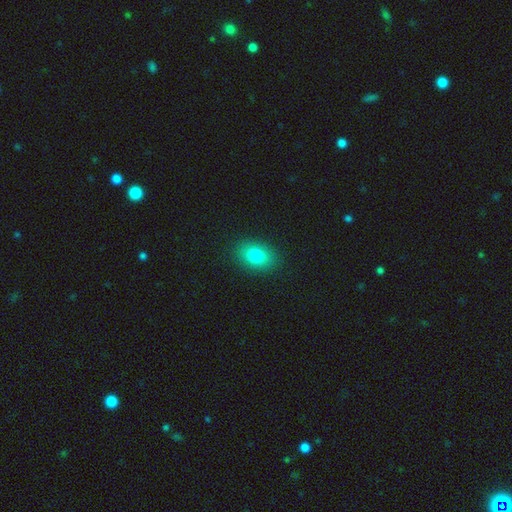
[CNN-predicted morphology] type=smooth (81%); roundness=in between (77%); merging=none (89%).